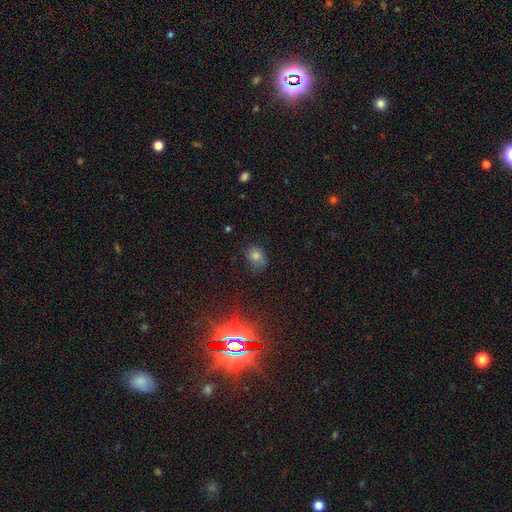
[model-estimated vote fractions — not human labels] Smooth or featured: smooth — 70% (star or artifact — 20%)
How rounded: in between — 60% (round — 38%)
Merging: none — 60% (minor disturbance — 28%)